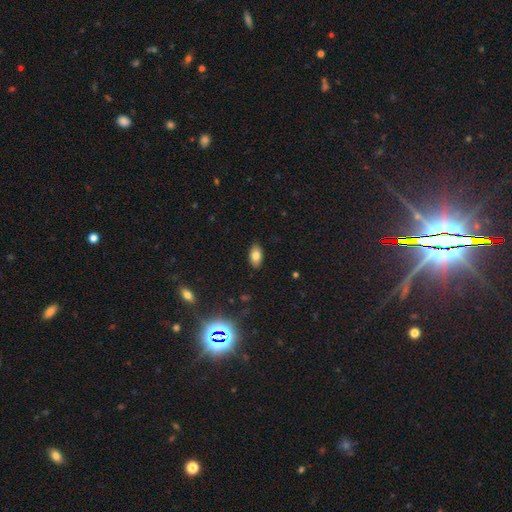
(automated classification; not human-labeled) smooth 79%, featured or disk 11%, star or artifact 10%. Down the decision tree: how rounded — in between (92%); merging — none (88%).